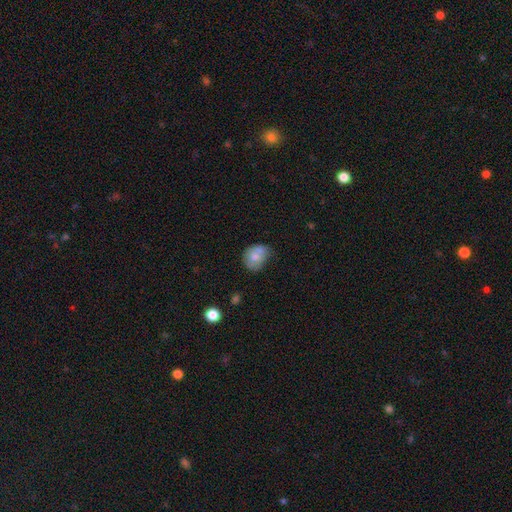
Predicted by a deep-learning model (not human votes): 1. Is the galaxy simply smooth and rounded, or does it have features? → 71% smooth, 21% featured or disk, 8% star or artifact.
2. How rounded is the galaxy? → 54% round, 45% in between, 1% cigar-shaped.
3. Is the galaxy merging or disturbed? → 41% none, 31% minor disturbance, 19% merger, 10% major disturbance.